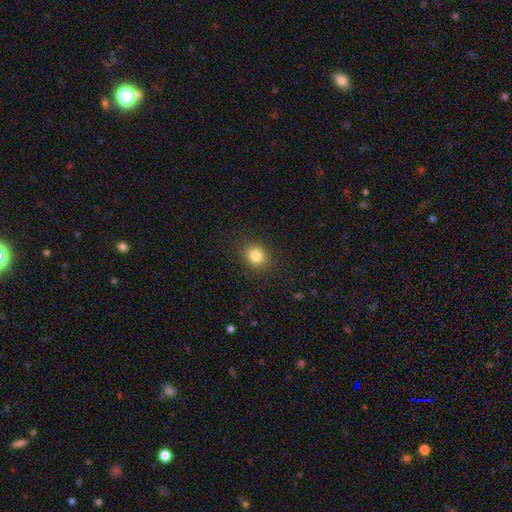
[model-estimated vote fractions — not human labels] This is clearly a smooth galaxy (82%). How rounded: likely round (68%). Merging: clearly none (88%).